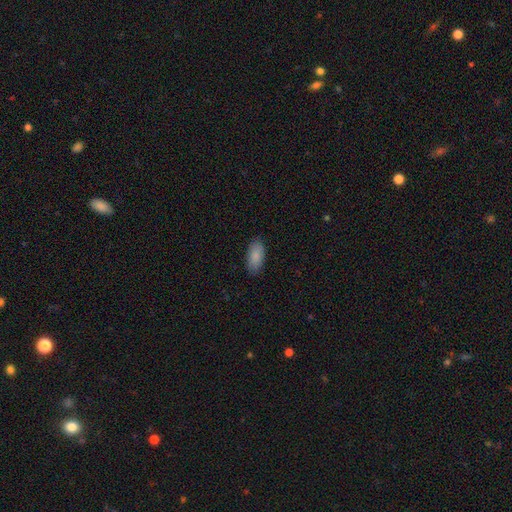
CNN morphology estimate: Smooth or featured? Predicted: smooth (p=0.89). How rounded? Predicted: in between (p=0.91). Merging? Predicted: none (p=0.88).